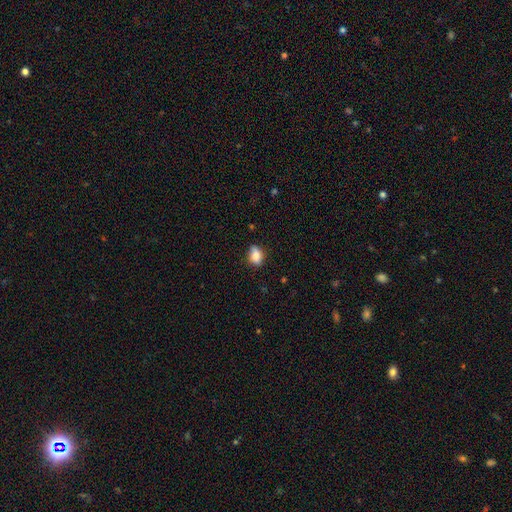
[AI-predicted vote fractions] Smooth or featured?
  - smooth: 81% *
  - featured or disk: 10%
  - star or artifact: 8%
How rounded?
  - in between: 71% *
  - round: 27%
  - cigar-shaped: 2%
Merging?
  - none: 70% *
  - minor disturbance: 24%
  - major disturbance: 4%
  - merger: 2%